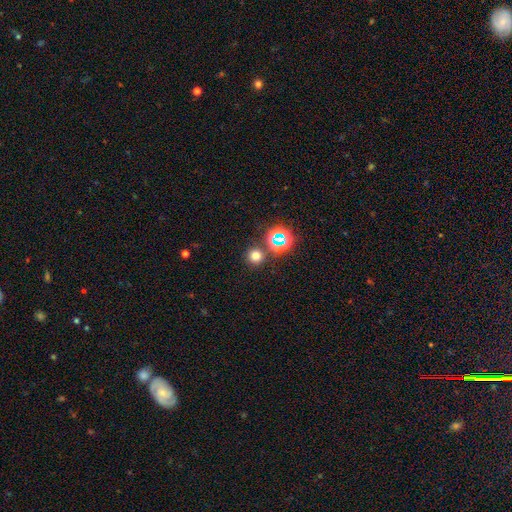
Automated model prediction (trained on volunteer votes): A smooth galaxy with no disk features (70%) that is round (94%).

Vote fractions:
- Smooth or featured? smooth: 70% / star or artifact: 24% / featured or disk: 6%
- How rounded? round: 94% / in between: 5% / cigar-shaped: 1%
- Merging? none: 83% / merger: 7% / minor disturbance: 7% / major disturbance: 3%